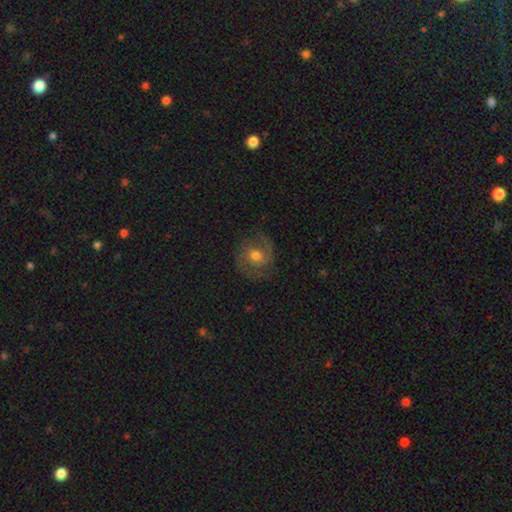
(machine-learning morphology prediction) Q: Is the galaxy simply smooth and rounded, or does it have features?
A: featured or disk — 76%.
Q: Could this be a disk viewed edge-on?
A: no — 98%.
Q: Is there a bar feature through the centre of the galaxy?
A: no — 59%.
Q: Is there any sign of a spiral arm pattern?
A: yes — 93%.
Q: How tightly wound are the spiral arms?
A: medium — 53%.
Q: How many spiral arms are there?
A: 2 — 86%.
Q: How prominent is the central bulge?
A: moderate — 71%.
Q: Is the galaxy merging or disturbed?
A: none — 78%.